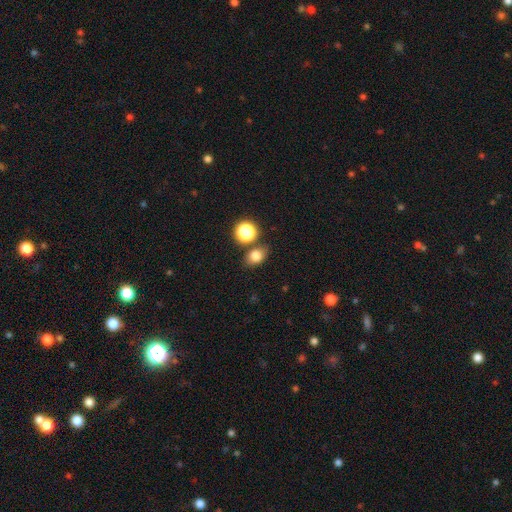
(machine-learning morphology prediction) Overall: smooth (76%). How rounded: in between (60%; round 38%). Merging: none (72%).